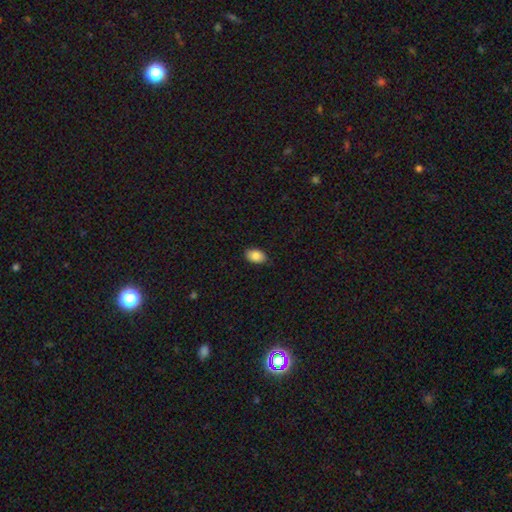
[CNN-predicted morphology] Smooth or featured: smooth — 85% (featured or disk — 8%)
How rounded: in between — 91% (round — 8%)
Merging: none — 86% (minor disturbance — 11%)